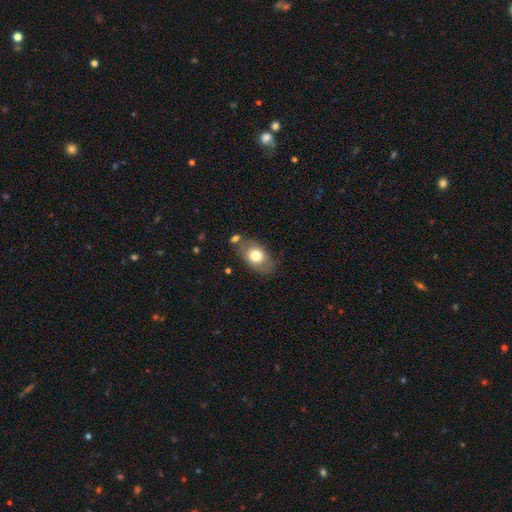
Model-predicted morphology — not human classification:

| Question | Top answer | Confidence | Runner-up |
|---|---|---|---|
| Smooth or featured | smooth | 72% | featured or disk (21%) |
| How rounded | in between | 83% | round (15%) |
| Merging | none | 69% | minor disturbance (17%) |